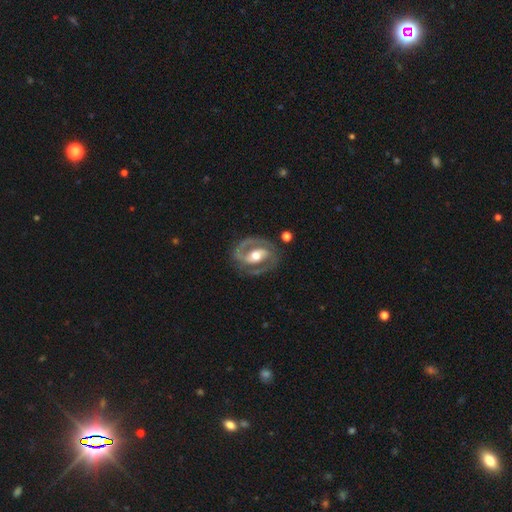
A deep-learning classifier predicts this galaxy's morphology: smooth-or-featured: featured or disk: 87% | smooth: 9% | star or artifact: 4%
  disk-edge-on: no: 97% | yes: 3%
    bar: strong: 41% | weak: 35% | no: 25%
    has-spiral-arms: yes: 91% | no: 9%
      spiral-winding: medium: 49% | tight: 39% | loose: 12%
      spiral-arm-count: 2: 86% | 1: 7% | can't tell: 4% | 3: 1% | 4: 1% | more than 4: 1%
    bulge-size: moderate: 72% | small: 13% | large: 13% | dominant: 1% | none: 1%
  merging: none: 77% | minor disturbance: 14% | major disturbance: 6% | merger: 2%